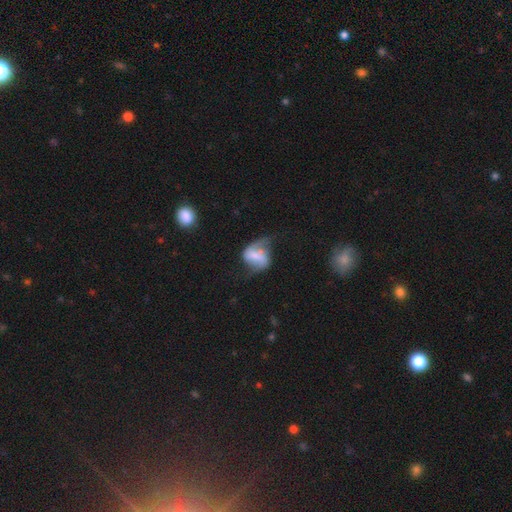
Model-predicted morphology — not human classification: Q: Smooth or featured?
A: featured or disk (66%); runner-up: smooth (27%)
Q: Edge-on disk?
A: no (96%); runner-up: yes (4%)
Q: Bar?
A: weak (39%); runner-up: strong (34%)
Q: Spiral arms?
A: yes (85%); runner-up: no (15%)
Q: Spiral winding?
A: loose (61%); runner-up: medium (30%)
Q: Spiral arm count?
A: 2 (83%); runner-up: 1 (8%)
Q: Bulge size?
A: small (35%); runner-up: moderate (26%)
Q: Merging?
A: none (43%); runner-up: major disturbance (27%)